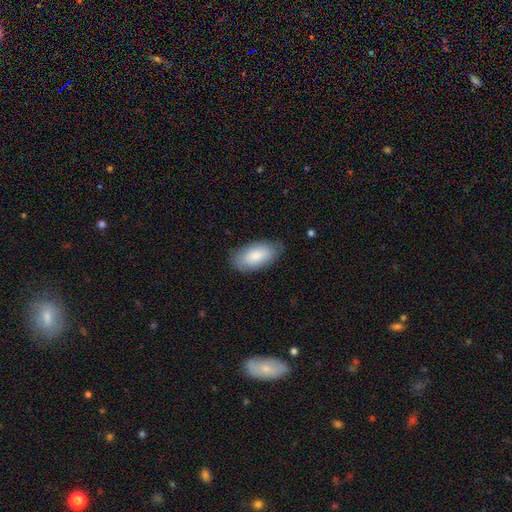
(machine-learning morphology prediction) Q: Smooth or featured?
A: smooth (84%); runner-up: featured or disk (10%)
Q: How rounded?
A: in between (94%); runner-up: cigar-shaped (3%)
Q: Merging?
A: none (81%); runner-up: minor disturbance (15%)